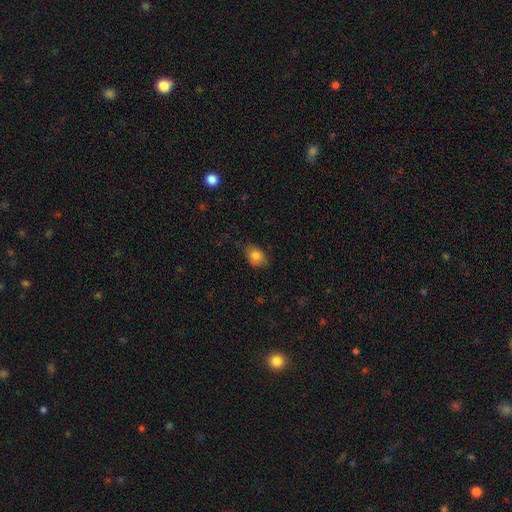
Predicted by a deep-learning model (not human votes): Morphology: type=smooth (82%); roundness=in between (78%); merging=none (77%).